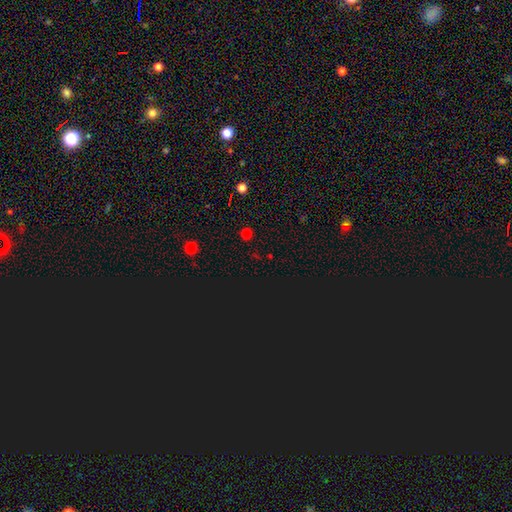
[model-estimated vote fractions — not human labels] This appears to be a star or artifact, not a galaxy (53%).